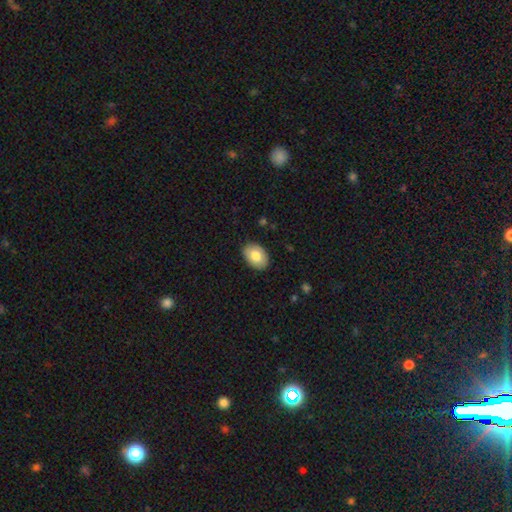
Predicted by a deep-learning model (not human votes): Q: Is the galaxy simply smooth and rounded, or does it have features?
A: smooth — 80%.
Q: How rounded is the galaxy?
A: in between — 84%.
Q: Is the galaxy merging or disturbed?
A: none — 87%.